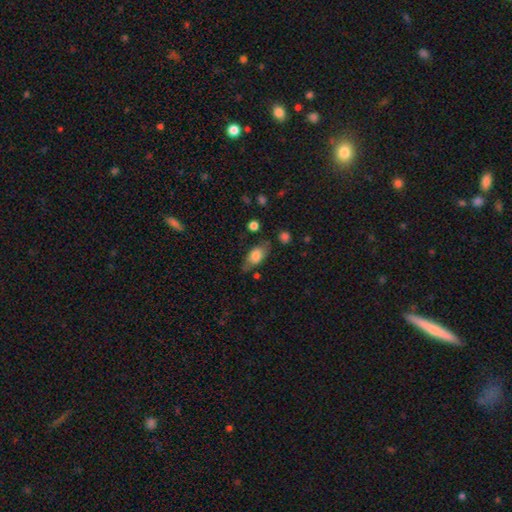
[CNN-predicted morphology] Smooth or featured?
  - smooth: 73% *
  - featured or disk: 20%
  - star or artifact: 7%
How rounded?
  - in between: 86% *
  - cigar-shaped: 8%
  - round: 5%
Merging?
  - none: 66% *
  - minor disturbance: 22%
  - major disturbance: 7%
  - merger: 4%